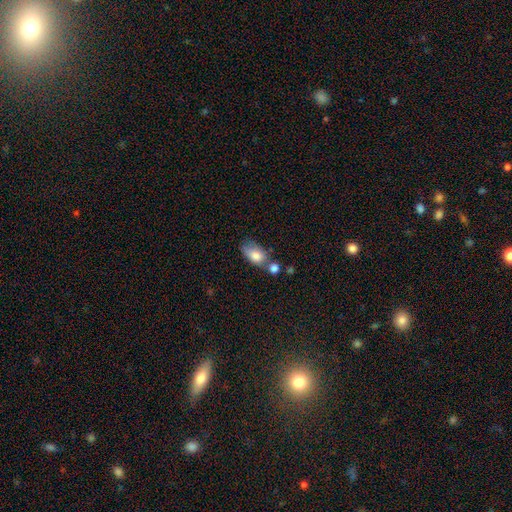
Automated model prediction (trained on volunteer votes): Smooth or featured? smooth (81%)
How rounded? in between (88%)
Merging? none (41%)